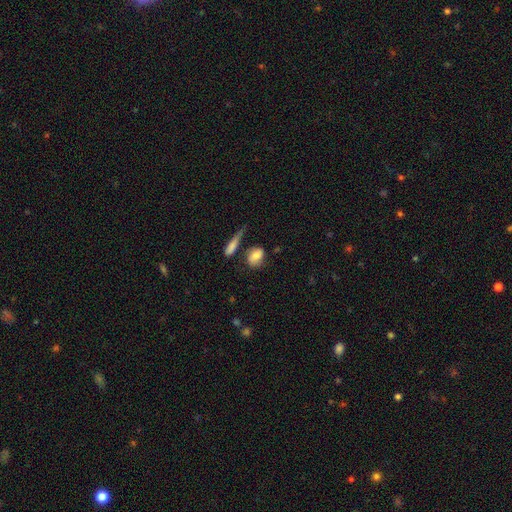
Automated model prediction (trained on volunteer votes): Smooth or featured?
  - smooth: 78% *
  - featured or disk: 14%
  - star or artifact: 8%
How rounded?
  - in between: 63% *
  - round: 32%
  - cigar-shaped: 5%
Merging?
  - none: 58% *
  - minor disturbance: 20%
  - merger: 13%
  - major disturbance: 9%